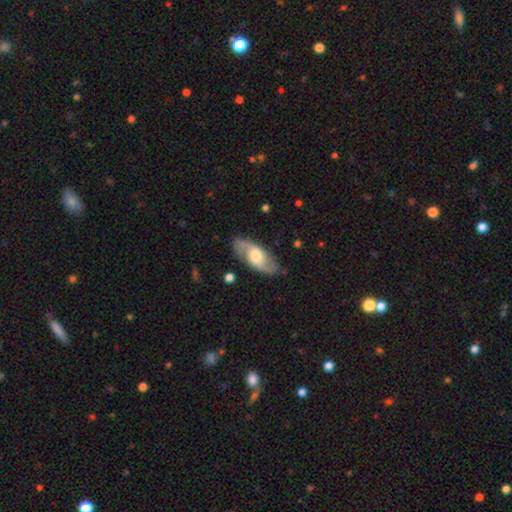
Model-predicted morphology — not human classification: This appears to be a featured or disk galaxy (74%) with no bar (48%), 2 (90%) medium (43%, tied with loose) spiral arms (91%) and a moderate central bulge (55%). Merging: none (83%).